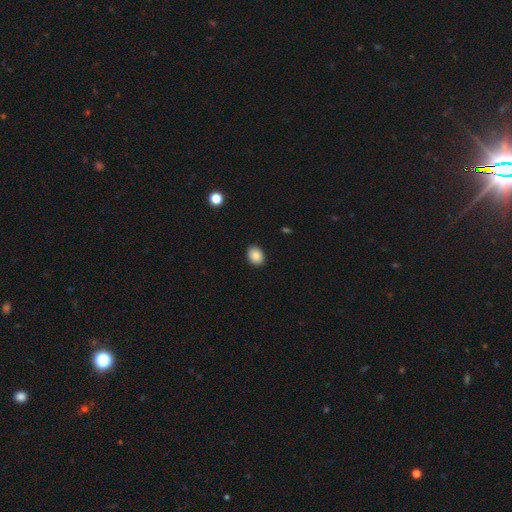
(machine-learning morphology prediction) Q: Smooth or featured?
A: smooth (88%); runner-up: star or artifact (8%)
Q: How rounded?
A: in between (58%); runner-up: round (42%)
Q: Merging?
A: none (91%); runner-up: minor disturbance (7%)